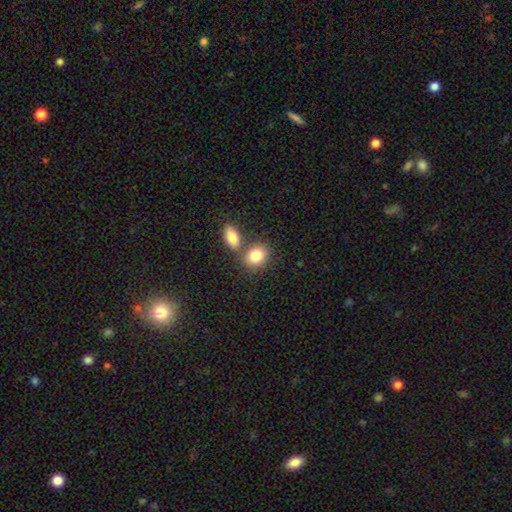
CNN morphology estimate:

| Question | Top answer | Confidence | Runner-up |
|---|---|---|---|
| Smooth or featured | smooth | 85% | featured or disk (8%) |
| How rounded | in between | 60% | round (38%) |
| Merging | none | 54% | merger (33%) |